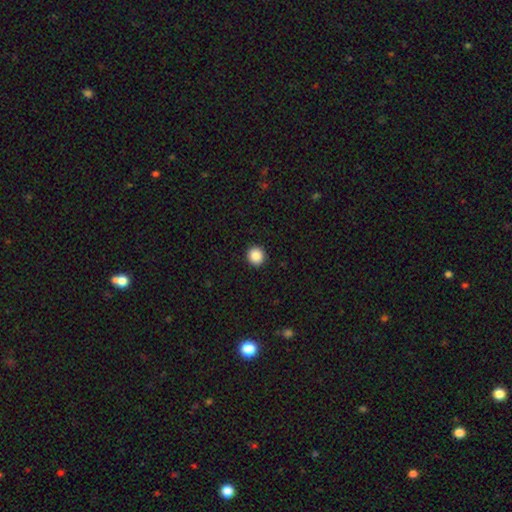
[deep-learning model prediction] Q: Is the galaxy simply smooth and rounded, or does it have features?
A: smooth — 88%.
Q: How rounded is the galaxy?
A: round — 93%.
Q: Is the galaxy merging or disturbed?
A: none — 93%.